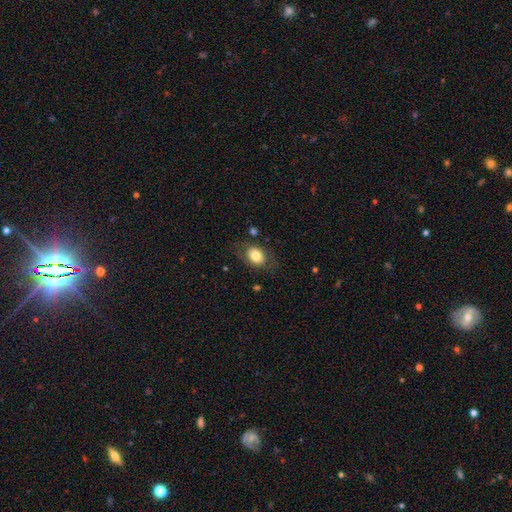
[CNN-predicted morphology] A smooth galaxy with no disk features (77%) that is in between round and cigar-shaped (68%).

Vote fractions:
- Smooth or featured? smooth: 77% / featured or disk: 15% / star or artifact: 8%
- How rounded? in between: 68% / round: 31% / cigar-shaped: 1%
- Merging? none: 74% / minor disturbance: 16% / major disturbance: 8% / merger: 2%